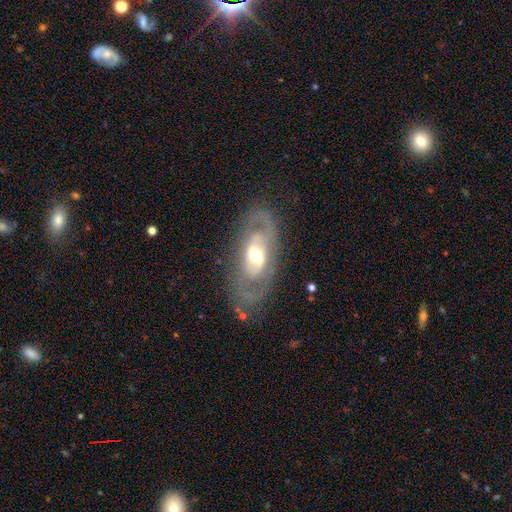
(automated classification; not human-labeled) smooth_or_featured: featured or disk (p=0.77) [alt: smooth p=0.17]
disk_edge_on: no (p=0.91) [alt: yes p=0.09]
bar: no (p=0.47) [alt: weak p=0.36]
has_spiral_arms: yes (p=0.71) [alt: no p=0.29]
bulge_size: moderate (p=0.60) [alt: small p=0.27]
merging: none (p=0.70) [alt: minor disturbance p=0.17]